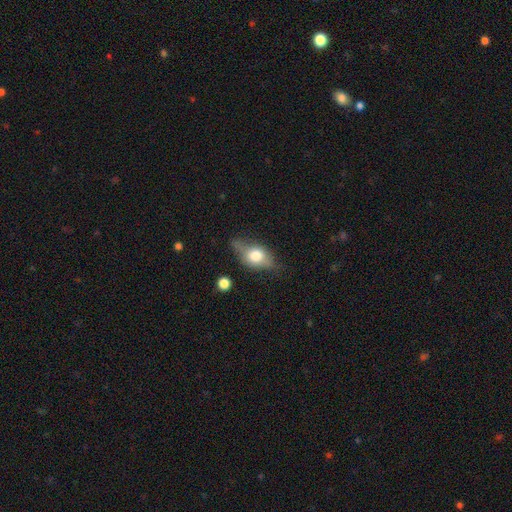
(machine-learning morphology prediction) A smooth galaxy with no disk features (57%) that is in between round and cigar-shaped (74%). Merging: none (52%).